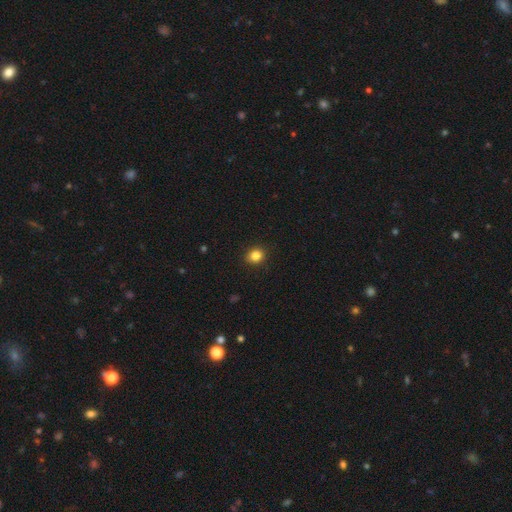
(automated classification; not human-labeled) The model was most divided on "how rounded": round: 78%, in between: 21%, cigar-shaped: 1%. More confident: merging — none (91%); smooth or featured — smooth (84%).